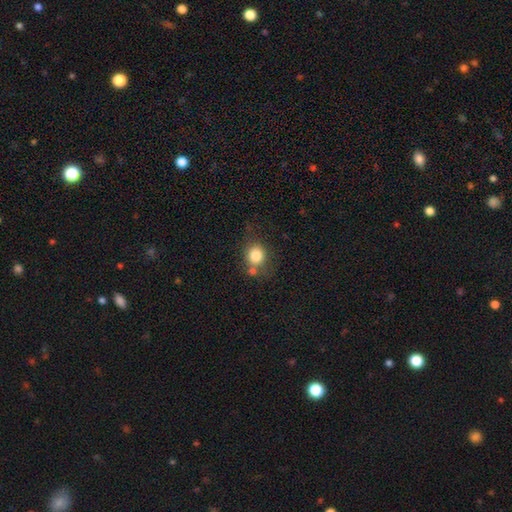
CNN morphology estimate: Smooth or featured?
  - smooth: 82% *
  - star or artifact: 10%
  - featured or disk: 8%
How rounded?
  - round: 80% *
  - in between: 19%
  - cigar-shaped: 1%
Merging?
  - none: 62% *
  - merger: 18%
  - minor disturbance: 15%
  - major disturbance: 5%